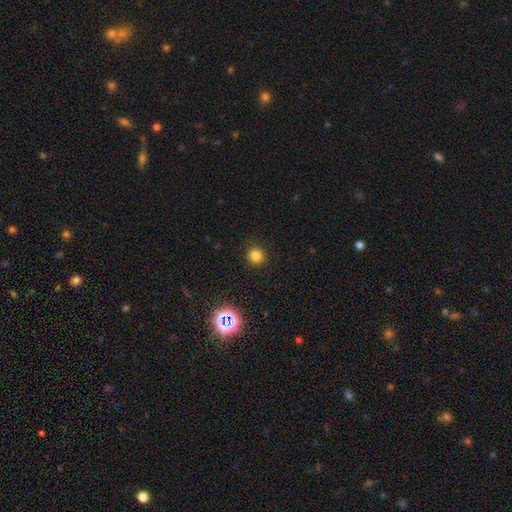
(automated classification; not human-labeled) The model was most divided on "smooth or featured": smooth: 79%, star or artifact: 17%, featured or disk: 4%. More confident: merging — none (91%); how rounded — round (90%).